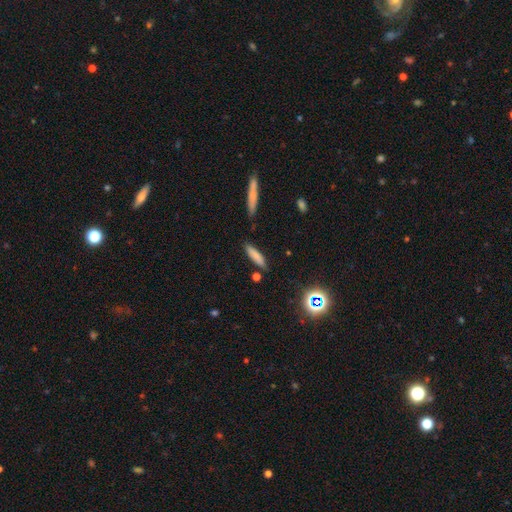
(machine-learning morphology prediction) A smooth galaxy with no disk features (78%) that is cigar-shaped (75%). Merging: none (82%).